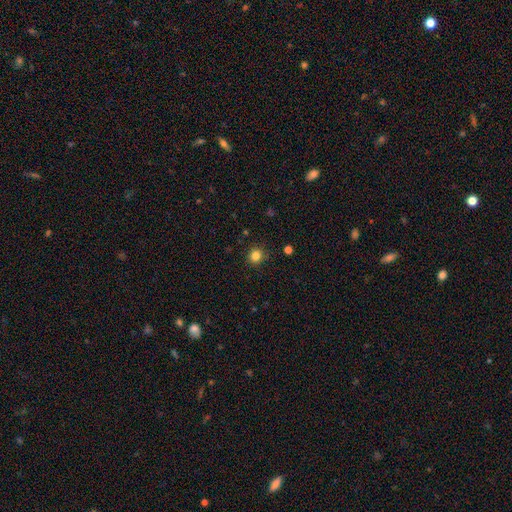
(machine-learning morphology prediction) This appears to be a smooth galaxy with no disk features (83%) that is round (90%). Merging: none (90%).